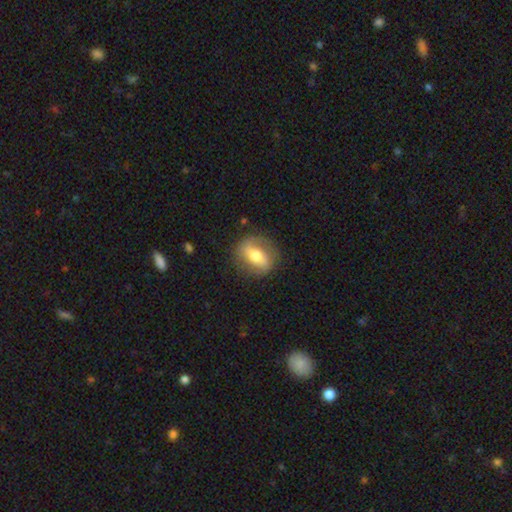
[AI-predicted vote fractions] Q: Smooth or featured?
A: featured or disk (51%); runner-up: smooth (43%)
Q: Edge-on disk?
A: no (83%); runner-up: yes (17%)
Q: Merging?
A: none (80%); runner-up: minor disturbance (14%)